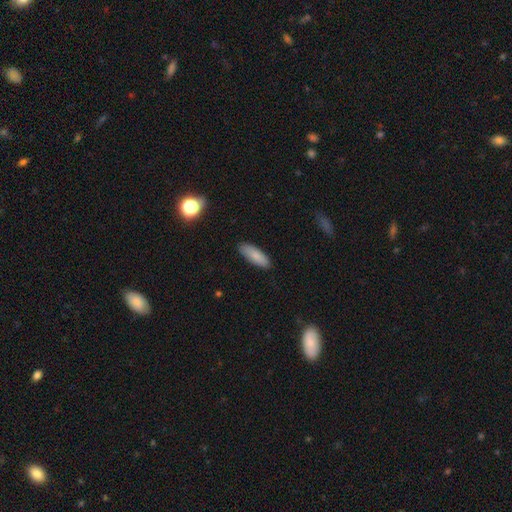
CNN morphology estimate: Q: Smooth or featured?
A: smooth (84%); runner-up: featured or disk (10%)
Q: How rounded?
A: in between (62%); runner-up: cigar-shaped (36%)
Q: Merging?
A: none (88%); runner-up: minor disturbance (10%)